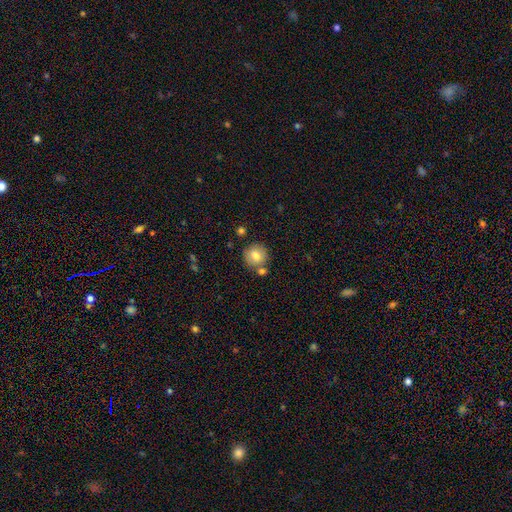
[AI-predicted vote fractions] smooth-or-featured: smooth: 77% | featured or disk: 14% | star or artifact: 9%
  how-rounded: round: 88% | in between: 11% | cigar-shaped: 1%
  merging: none: 72% | merger: 14% | minor disturbance: 11% | major disturbance: 3%